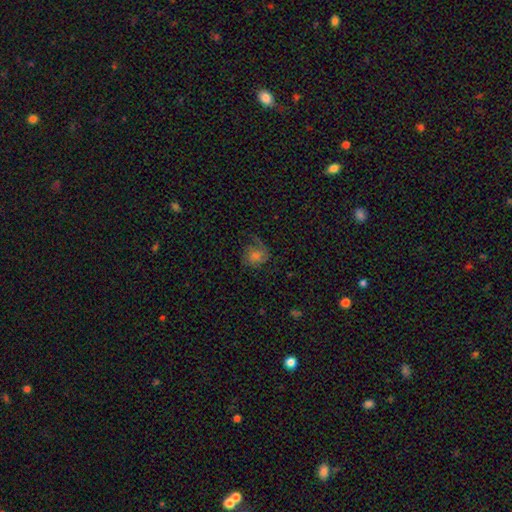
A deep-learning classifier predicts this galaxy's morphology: A smooth galaxy with no disk features (44%). Merging: none (57%).